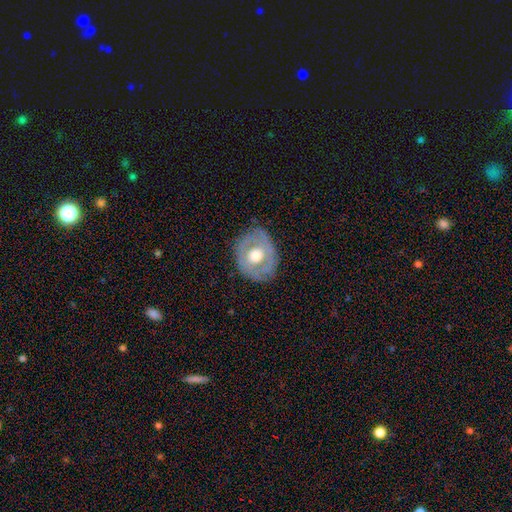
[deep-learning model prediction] Overall: featured or disk (63%; smooth 31%). Edge-on disk: no (94%). Bar: no (82%). Spiral arms: no (66%; yes 34%). Bulge size: moderate (58%; large 35%). Merging: none (76%).